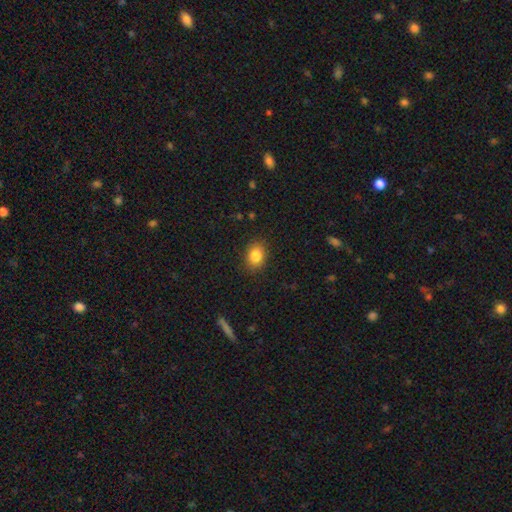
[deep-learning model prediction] Overall: smooth (85%). How rounded: in between (61%; round 38%). Merging: none (87%).